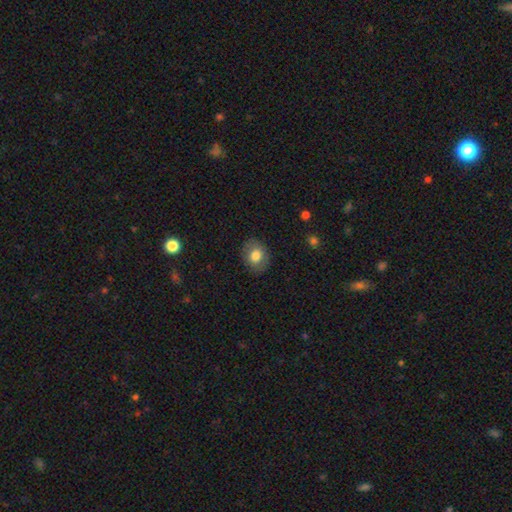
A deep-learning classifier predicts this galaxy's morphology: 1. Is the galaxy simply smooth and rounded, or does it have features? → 78% smooth, 14% featured or disk, 8% star or artifact.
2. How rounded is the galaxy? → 51% round, 48% in between, 1% cigar-shaped.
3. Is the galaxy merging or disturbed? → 85% none, 11% minor disturbance, 3% major disturbance, 1% merger.